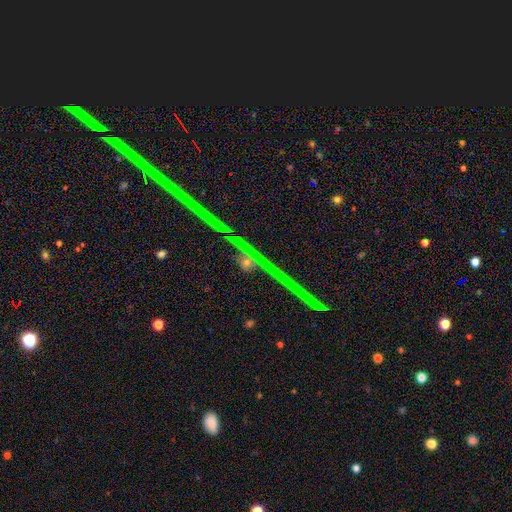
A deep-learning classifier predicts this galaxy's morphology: A star or artifact, not a galaxy (80%).